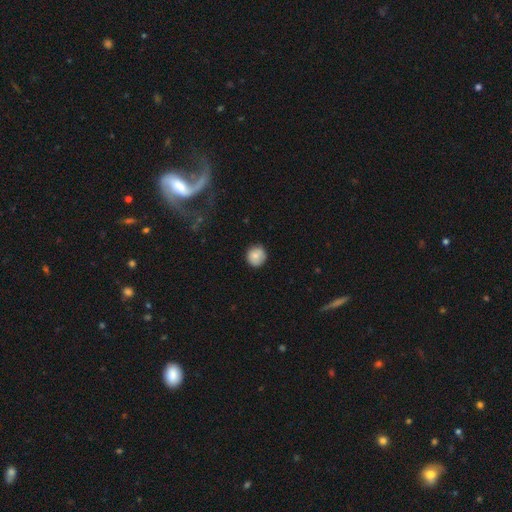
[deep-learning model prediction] Smooth or featured? smooth (77%)
How rounded? round (91%)
Merging? none (83%)